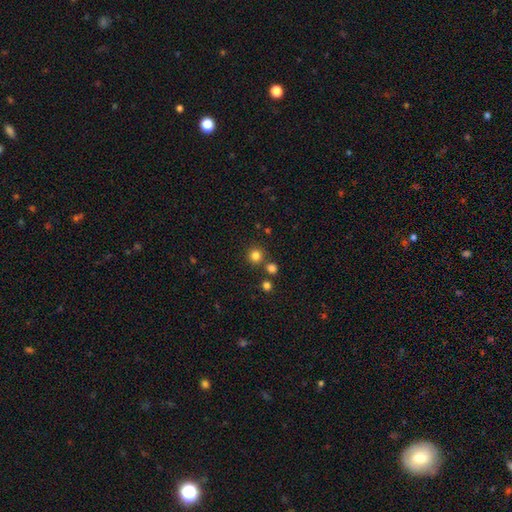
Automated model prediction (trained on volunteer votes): Smooth or featured: smooth — 80% (star or artifact — 15%)
How rounded: round — 93% (in between — 6%)
Merging: none — 81% (merger — 11%)